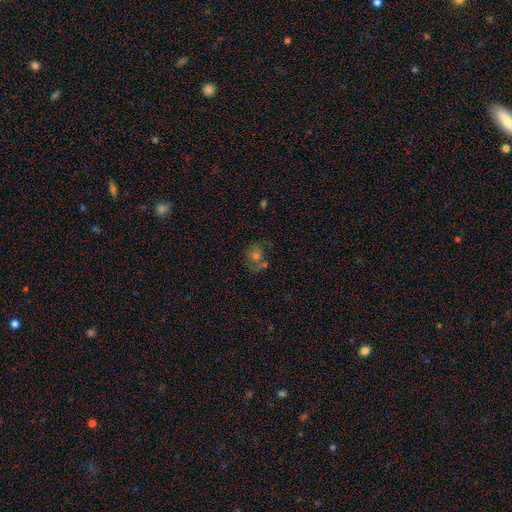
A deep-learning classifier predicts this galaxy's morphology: smooth_or_featured: smooth (p=0.43) [alt: featured or disk p=0.32]
merging: none (p=0.55) [alt: minor disturbance p=0.18]